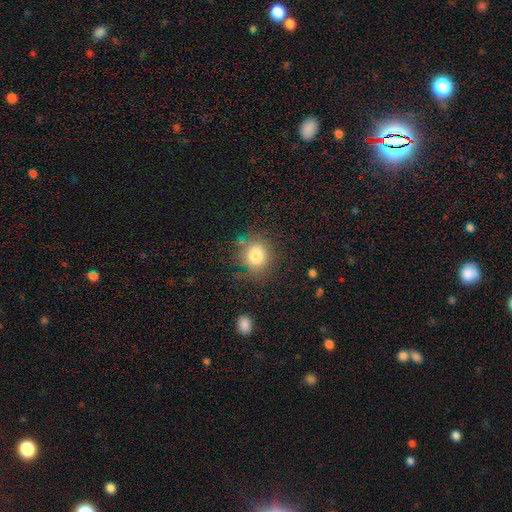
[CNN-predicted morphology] smooth-or-featured: smooth: 81% | star or artifact: 11% | featured or disk: 8%
  how-rounded: round: 75% | in between: 24% | cigar-shaped: 1%
  merging: none: 76% | minor disturbance: 15% | major disturbance: 6% | merger: 3%